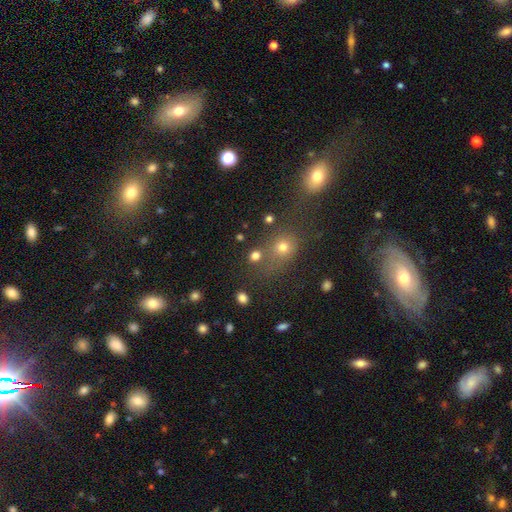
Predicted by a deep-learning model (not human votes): Overall: smooth (74%). How rounded: round (80%). Merging: none (67%).